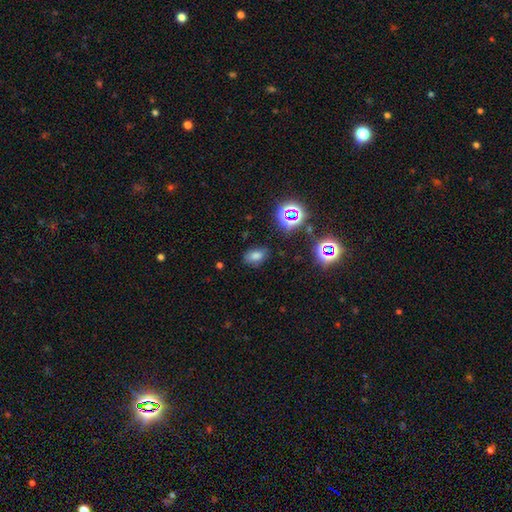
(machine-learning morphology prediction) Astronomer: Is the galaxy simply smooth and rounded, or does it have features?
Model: smooth — 70%.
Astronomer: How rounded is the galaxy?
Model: in between — 84%.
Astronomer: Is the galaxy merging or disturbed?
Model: none — 76%.